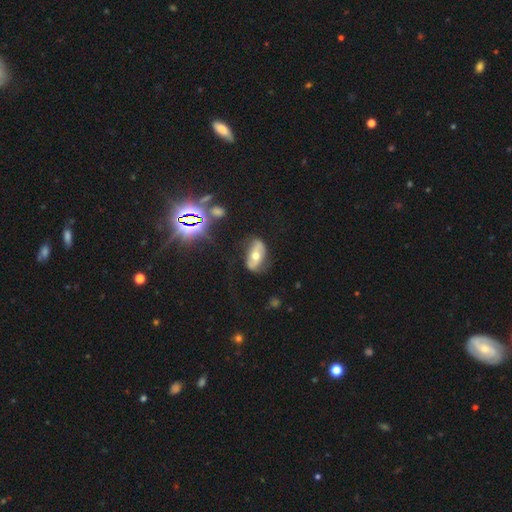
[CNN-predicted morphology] Q: Smooth or featured?
A: featured or disk (57%); runner-up: smooth (32%)
Q: Edge-on disk?
A: no (86%); runner-up: yes (14%)
Q: Merging?
A: none (69%); runner-up: minor disturbance (20%)